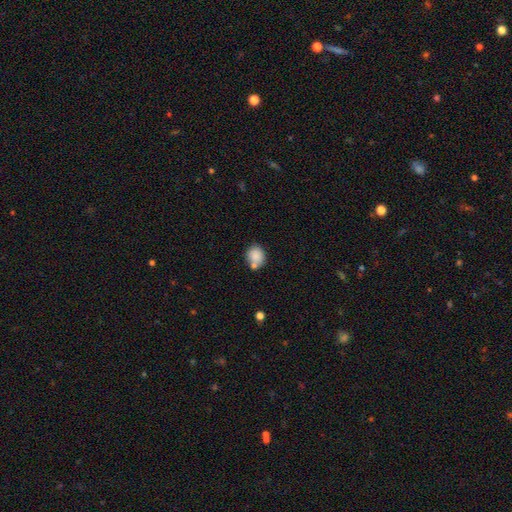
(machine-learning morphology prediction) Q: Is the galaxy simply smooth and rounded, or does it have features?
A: smooth — 84%.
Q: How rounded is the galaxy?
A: round — 71%.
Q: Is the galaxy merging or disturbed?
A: none — 59%.